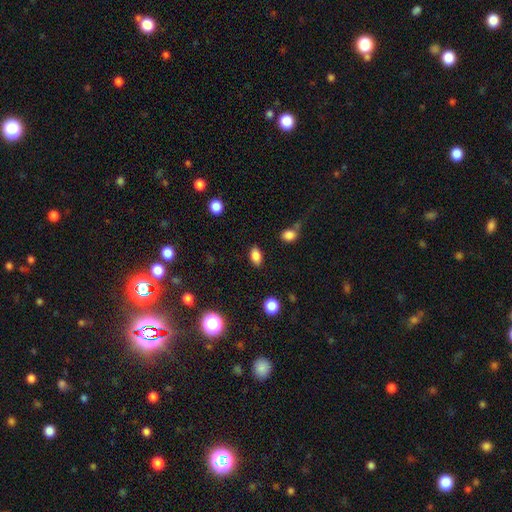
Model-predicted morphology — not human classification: Overall: smooth (85%). How rounded: in between (87%). Merging: none (85%).